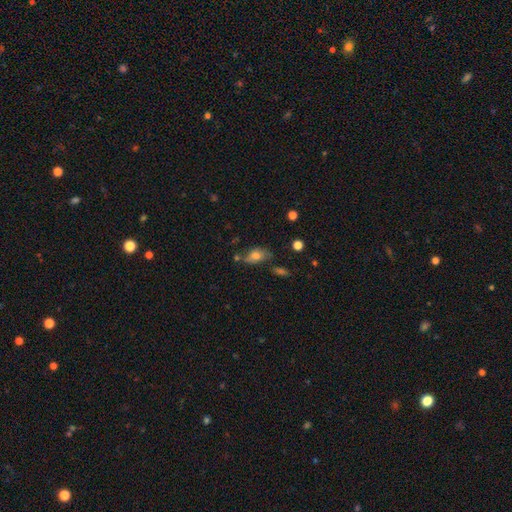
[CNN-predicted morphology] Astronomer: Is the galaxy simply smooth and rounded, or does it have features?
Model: smooth — 62%.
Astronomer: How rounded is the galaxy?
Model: in between — 84%.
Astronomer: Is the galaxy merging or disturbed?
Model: none — 49% (runner-up: minor disturbance, 27%).